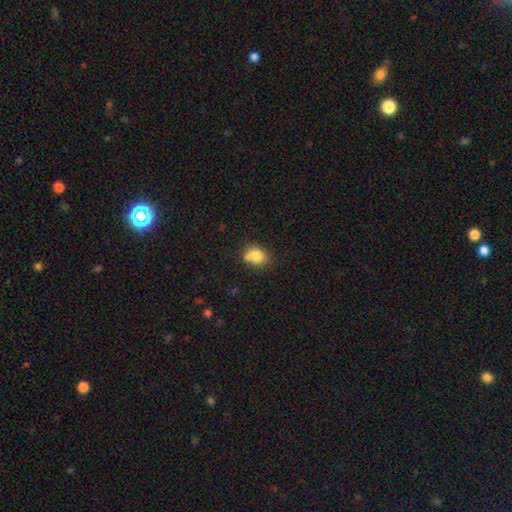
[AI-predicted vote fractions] Q: Smooth or featured?
A: smooth (80%); runner-up: star or artifact (10%)
Q: How rounded?
A: round (67%); runner-up: in between (32%)
Q: Merging?
A: none (59%); runner-up: merger (19%)